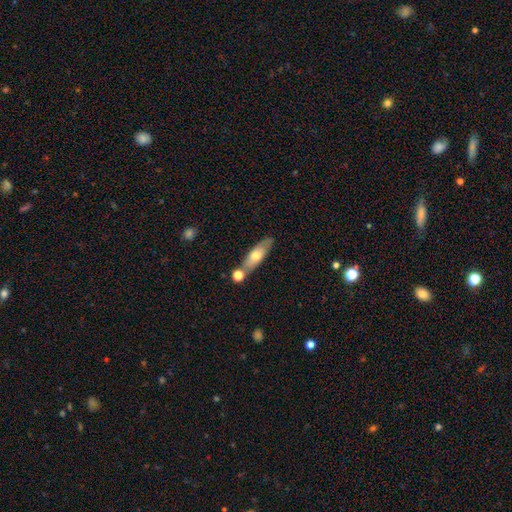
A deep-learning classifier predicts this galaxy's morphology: type=smooth (57%); roundness=cigar-shaped (52%); merging=none (64%).